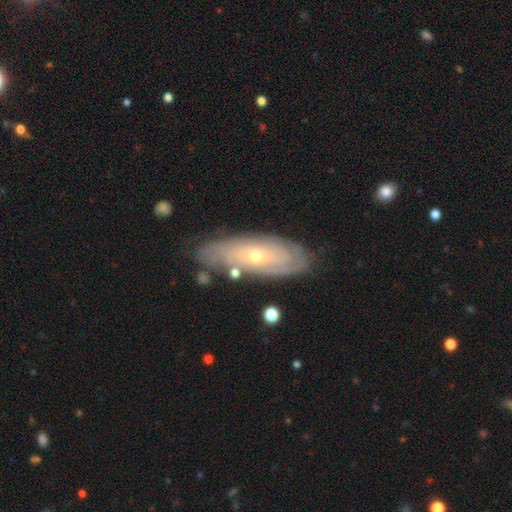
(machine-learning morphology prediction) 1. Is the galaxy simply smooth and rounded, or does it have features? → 75% featured or disk, 19% smooth, 6% star or artifact.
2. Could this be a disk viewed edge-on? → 86% no, 14% yes.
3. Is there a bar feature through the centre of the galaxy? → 82% no, 15% weak, 4% strong.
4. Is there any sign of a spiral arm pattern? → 84% yes, 16% no.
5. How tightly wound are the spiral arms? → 80% tight, 16% medium, 5% loose.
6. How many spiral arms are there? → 61% can't tell, 13% 2, 9% 3, 8% 4, 6% more than 4, 4% 1.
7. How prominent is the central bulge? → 64% small, 33% moderate, 1% large, 1% none, 1% dominant.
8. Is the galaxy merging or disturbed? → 76% none, 16% minor disturbance, 4% major disturbance, 3% merger.